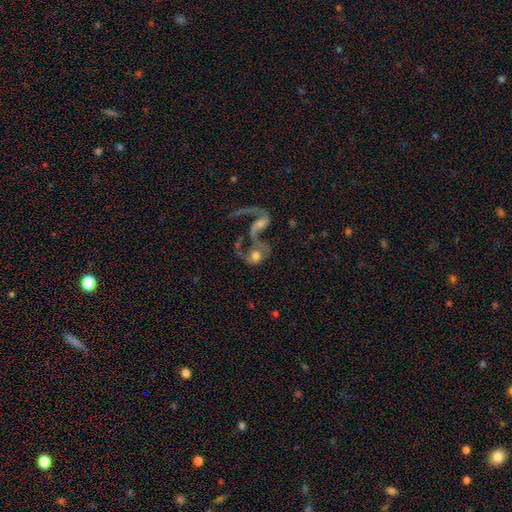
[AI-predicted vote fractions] Morphology: type=featured or disk (57%); edge-on=no (97%); bar=no (68%); spiral arms=yes (69%); bulge=moderate (44%); merging=merger (56%).